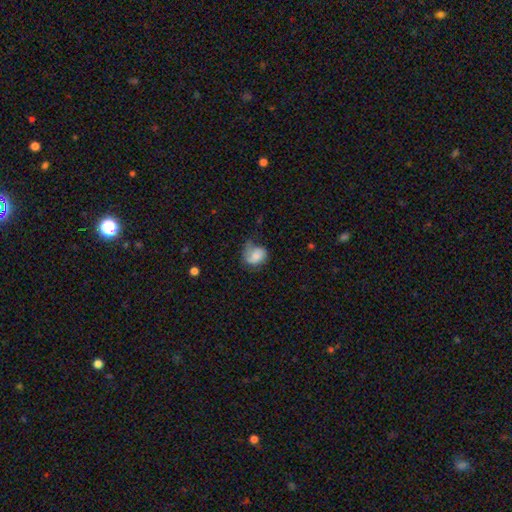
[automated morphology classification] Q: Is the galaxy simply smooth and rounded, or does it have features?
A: smooth — 63%.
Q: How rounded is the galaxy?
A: in between — 50%.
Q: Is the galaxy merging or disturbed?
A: none — 37%.